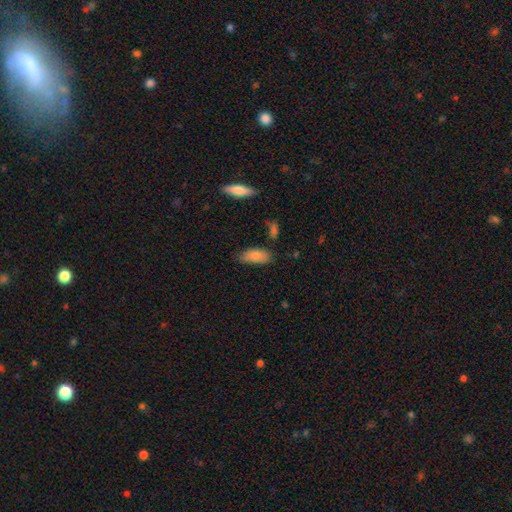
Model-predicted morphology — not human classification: Overall: smooth (84%). How rounded: in between (87%). Merging: none (69%).